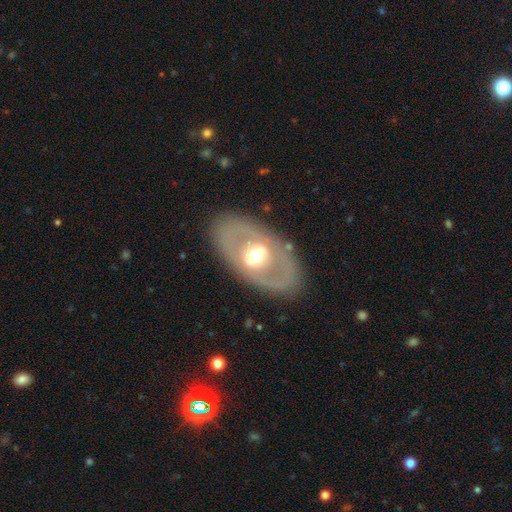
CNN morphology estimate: A featured or disk galaxy (65%) with no bar (48%), no spiral arms (82%) and a moderate central bulge (65%).

Vote fractions:
- Smooth or featured? featured or disk: 65% / smooth: 29% / star or artifact: 6%
- Edge-on disk? no: 87% / yes: 13%
- Bar? no: 48% / weak: 32% / strong: 20%
- Spiral arms? no: 82% / yes: 18%
- Bulge size? moderate: 65% / large: 17% / small: 15% / dominant: 2% / none: 1%
- Merging? none: 81% / minor disturbance: 11% / major disturbance: 6% / merger: 2%